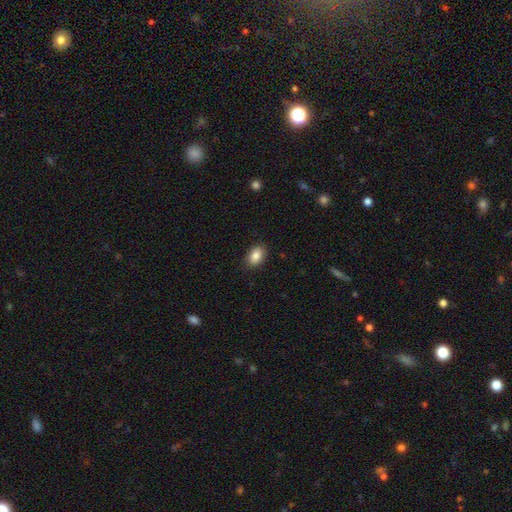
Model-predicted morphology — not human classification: smooth_or_featured: smooth (p=0.87) [alt: star or artifact p=0.08]
how_rounded: in between (p=0.86) [alt: round p=0.13]
merging: none (p=0.88) [alt: minor disturbance p=0.09]